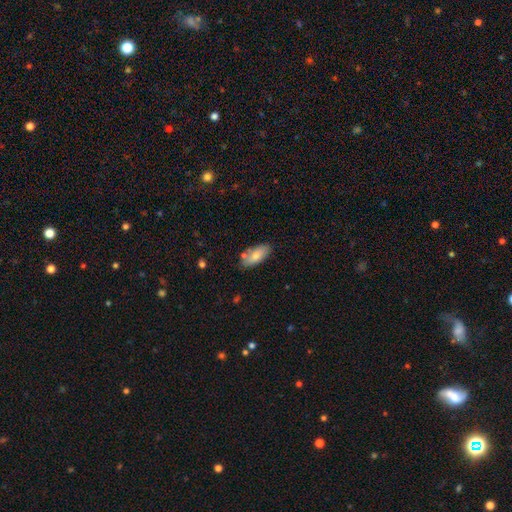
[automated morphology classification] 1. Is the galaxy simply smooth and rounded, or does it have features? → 76% smooth, 17% featured or disk, 7% star or artifact.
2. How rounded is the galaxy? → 87% in between, 11% cigar-shaped, 2% round.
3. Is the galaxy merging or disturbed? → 74% none, 16% minor disturbance, 7% merger, 3% major disturbance.